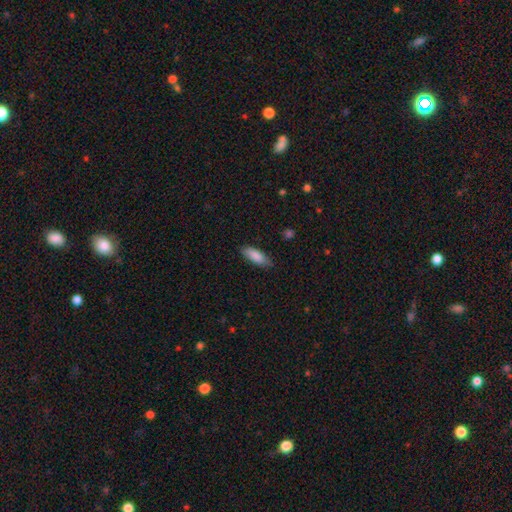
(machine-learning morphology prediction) type=smooth (86%); roundness=in between (66%); merging=none (83%).